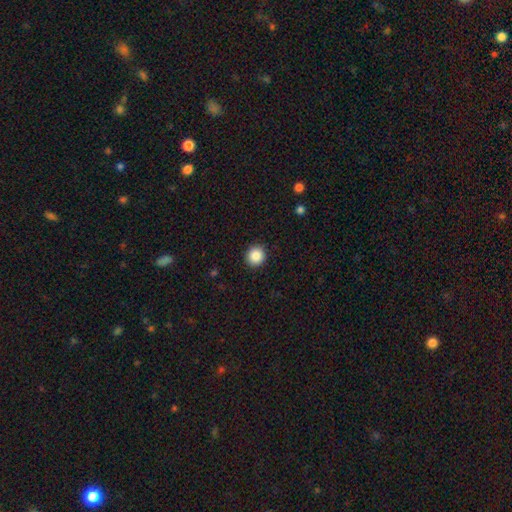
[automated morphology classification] The model was most divided on "smooth or featured": smooth: 88%, star or artifact: 9%, featured or disk: 3%. More confident: merging — none (93%); how rounded — round (93%).